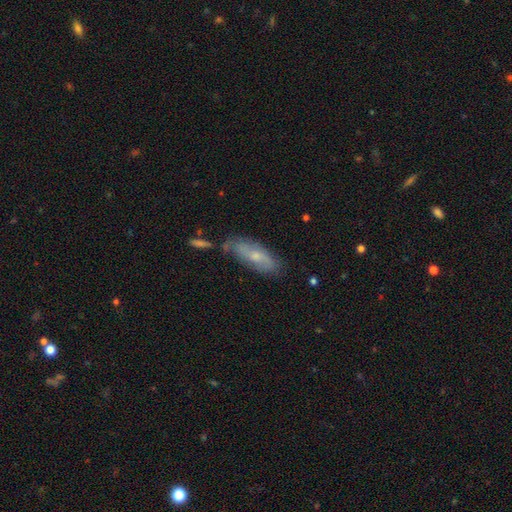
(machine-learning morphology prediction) The model was most divided on "smooth or featured": smooth: 52%, featured or disk: 41%, star or artifact: 7%. More confident: how rounded — in between (66%); merging — none (63%).